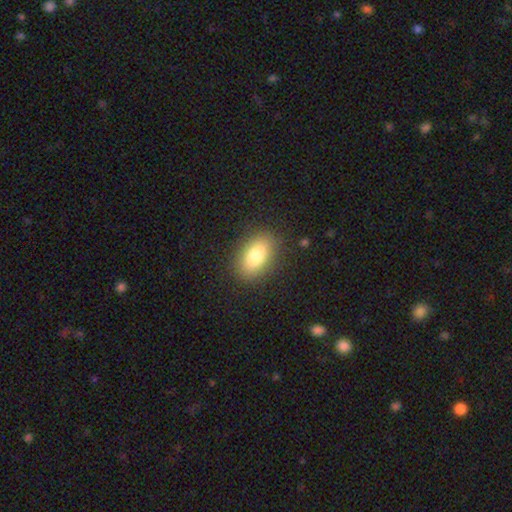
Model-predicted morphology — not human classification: Smooth or featured? Predicted: smooth (p=0.81). How rounded? Predicted: in between (p=0.89). Merging? Predicted: none (p=0.86).